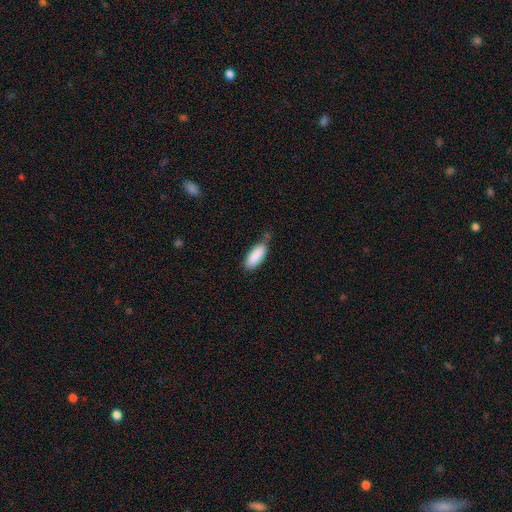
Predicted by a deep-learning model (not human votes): smooth_or_featured: smooth (p=0.89) [alt: star or artifact p=0.06]
how_rounded: in between (p=0.77) [alt: cigar-shaped p=0.22]
merging: none (p=0.59) [alt: minor disturbance p=0.29]